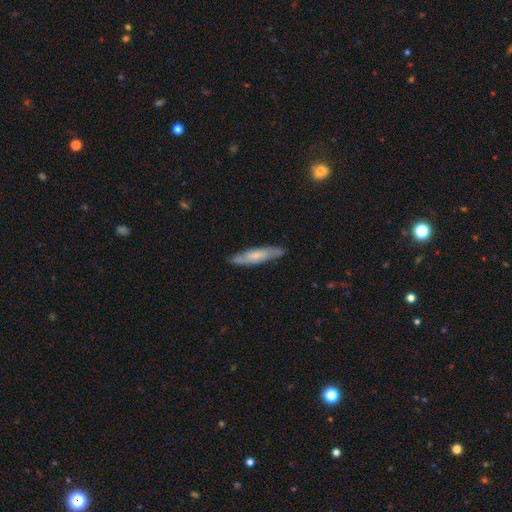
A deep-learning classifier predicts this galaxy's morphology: Smooth or featured? Predicted: smooth (p=0.53). How rounded? Predicted: cigar-shaped (p=0.80). Merging? Predicted: none (p=0.82).